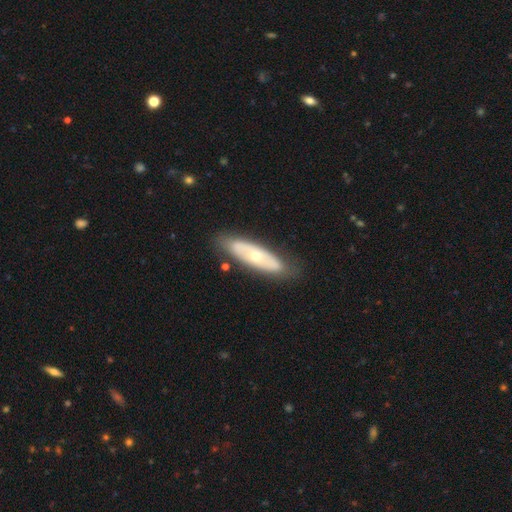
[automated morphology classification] Smooth or featured: featured or disk — 56% (smooth — 39%)
Edge-on disk: no — 72% (yes — 28%)
Merging: none — 80% (minor disturbance — 14%)